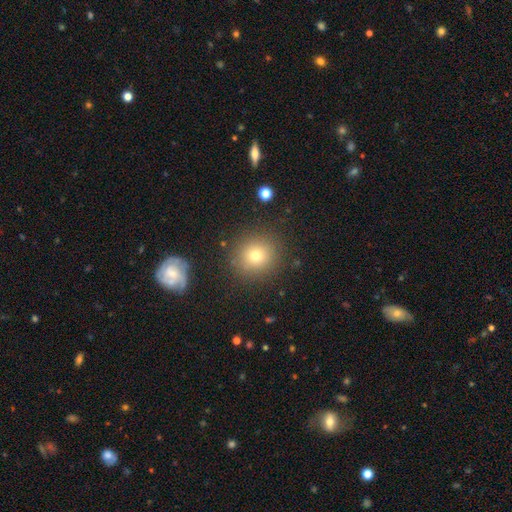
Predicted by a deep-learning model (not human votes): smooth 74%, star or artifact 15%, featured or disk 12%. Down the decision tree: how rounded — round (89%); merging — none (87%).